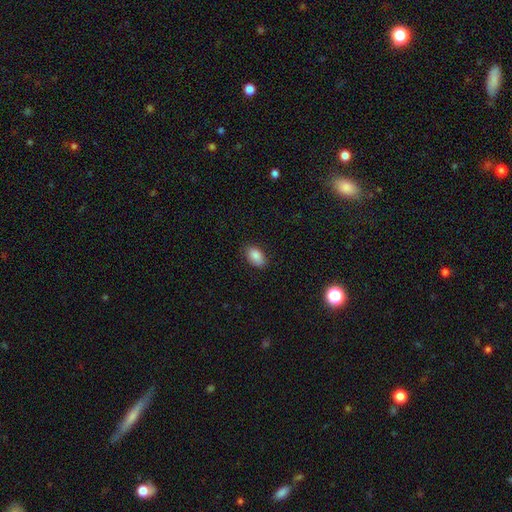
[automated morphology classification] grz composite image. It shows a smooth galaxy with no disk features (87%) that is in between round and cigar-shaped (91%). Merging: none (83%).